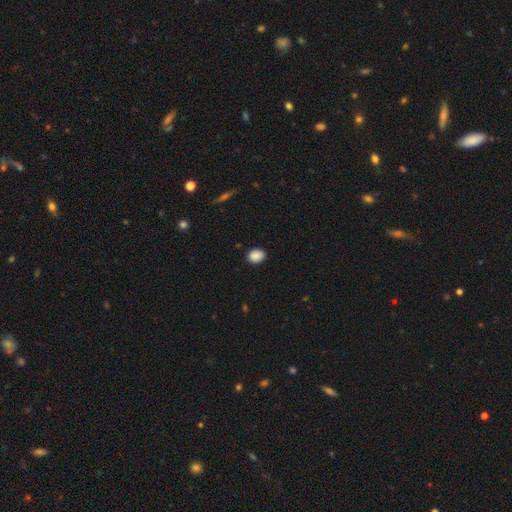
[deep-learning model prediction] Smooth or featured? Predicted: smooth (p=0.89). How rounded? Predicted: in between (p=0.54). Merging? Predicted: none (p=0.88).